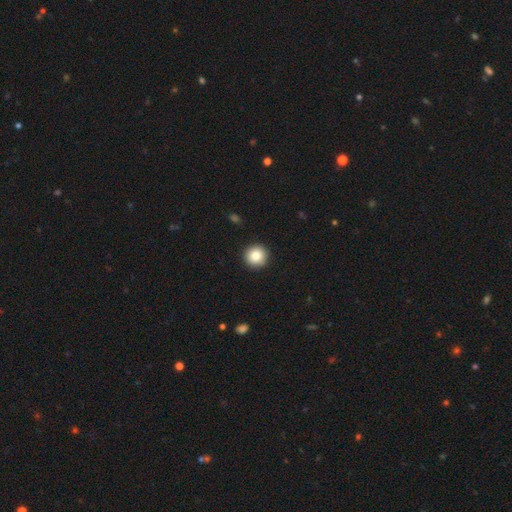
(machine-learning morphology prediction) Smooth or featured? smooth (84%)
How rounded? round (96%)
Merging? none (93%)